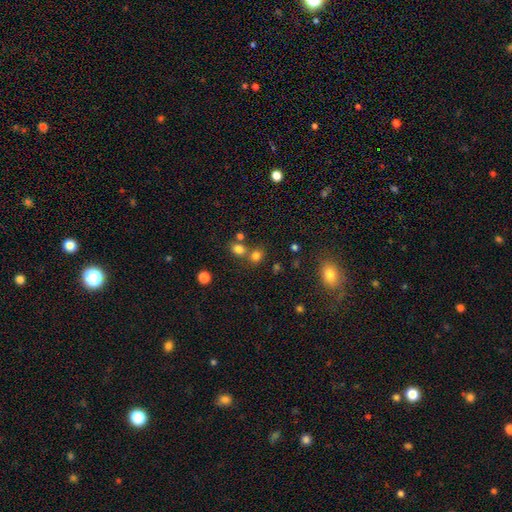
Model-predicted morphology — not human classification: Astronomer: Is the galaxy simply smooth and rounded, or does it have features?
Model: smooth — 77%.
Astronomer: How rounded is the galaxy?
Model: round — 65%.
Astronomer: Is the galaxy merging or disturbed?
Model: none — 57%.